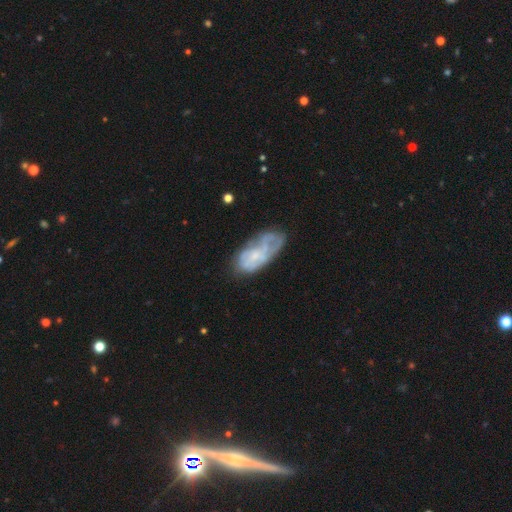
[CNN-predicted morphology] Smooth or featured? Predicted: featured or disk (p=0.57). Edge-on disk? Predicted: no (p=0.94). Bar? Predicted: no (p=0.80). Spiral arms? Predicted: no (p=0.56). Bulge size? Predicted: small (p=0.55). Merging? Predicted: none (p=0.45).